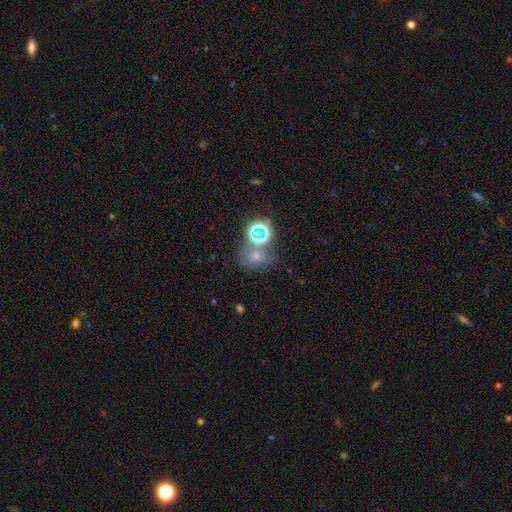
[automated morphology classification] smooth_or_featured: smooth (p=0.53) [alt: star or artifact p=0.32]
how_rounded: round (p=0.64) [alt: in between p=0.34]
merging: none (p=0.48) [alt: merger p=0.30]